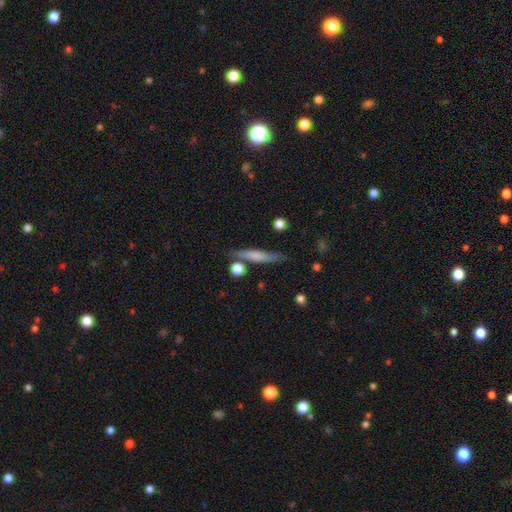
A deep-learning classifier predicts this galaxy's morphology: type=smooth (61%); roundness=cigar-shaped (88%); merging=none (76%).